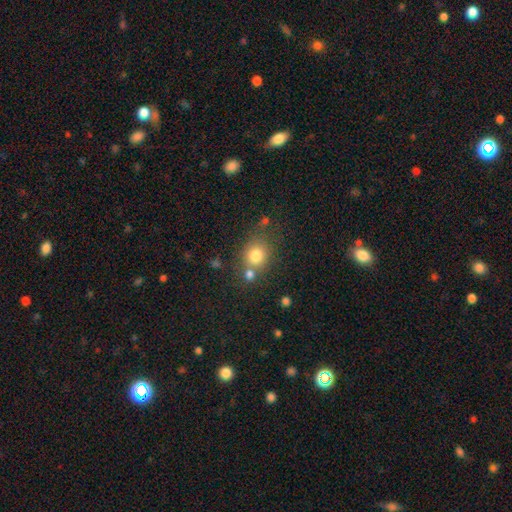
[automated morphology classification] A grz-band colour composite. It shows a smooth galaxy with no disk features (78%) that is round (75%). Merging: none (59%).